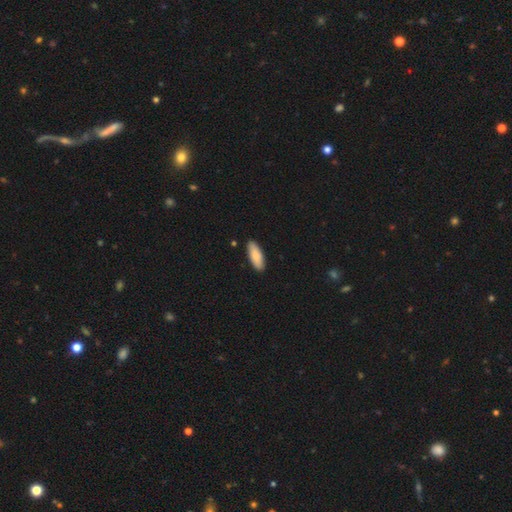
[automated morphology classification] Smooth or featured: smooth — 85% (featured or disk — 10%)
How rounded: in between — 73% (cigar-shaped — 26%)
Merging: none — 89% (minor disturbance — 8%)